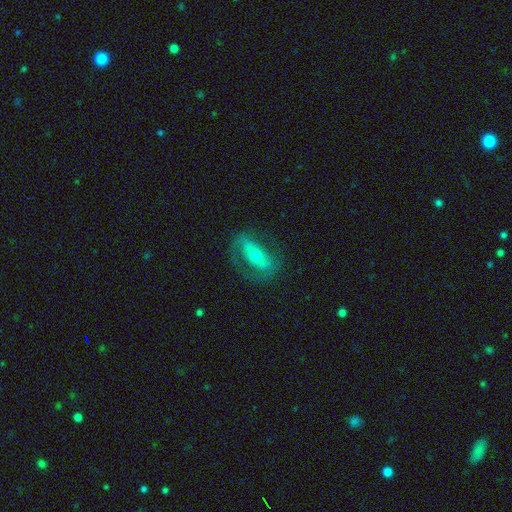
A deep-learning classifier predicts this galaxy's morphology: smooth-or-featured: featured or disk: 60% | smooth: 33% | star or artifact: 7%
  disk-edge-on: no: 89% | yes: 11%
    bar: no: 45% | strong: 28% | weak: 27%
    has-spiral-arms: yes: 62% | no: 38%
    bulge-size: moderate: 64% | small: 28% | large: 6% | none: 1% | dominant: 1%
  merging: none: 63% | minor disturbance: 19% | major disturbance: 17% | merger: 2%